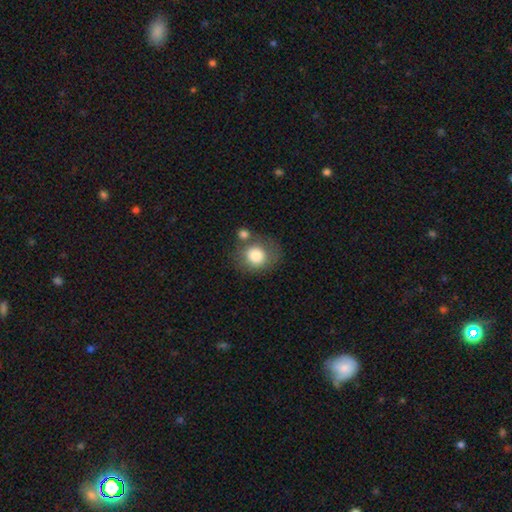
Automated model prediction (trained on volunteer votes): smooth 79%, featured or disk 13%, star or artifact 8%. Down the decision tree: how rounded — round (76%); merging — none (55%).